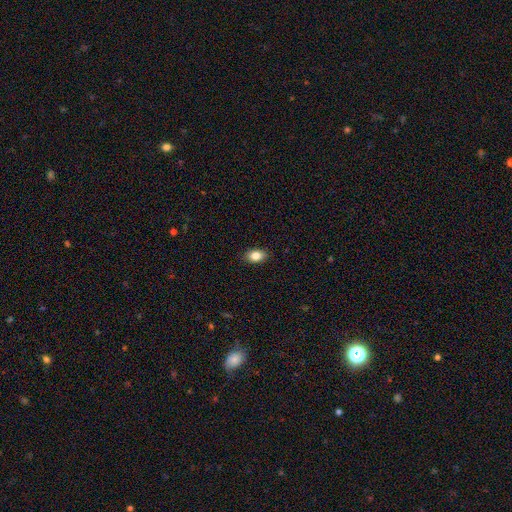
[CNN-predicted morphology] A smooth galaxy with no disk features (84%) that is in between round and cigar-shaped (86%). Merging: none (88%).